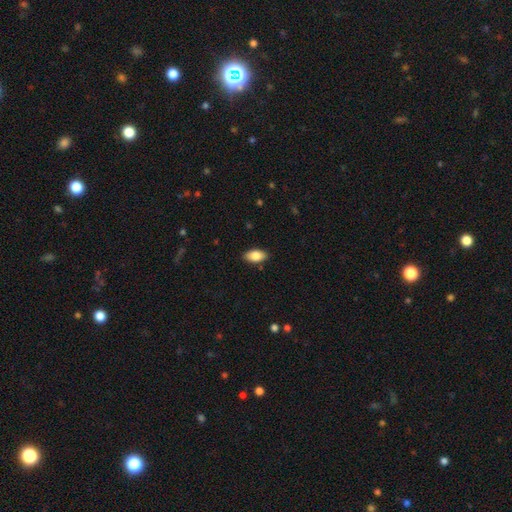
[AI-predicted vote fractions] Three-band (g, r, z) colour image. It shows a smooth galaxy with no disk features (84%) that is in between round and cigar-shaped (93%). Merging: none (88%).